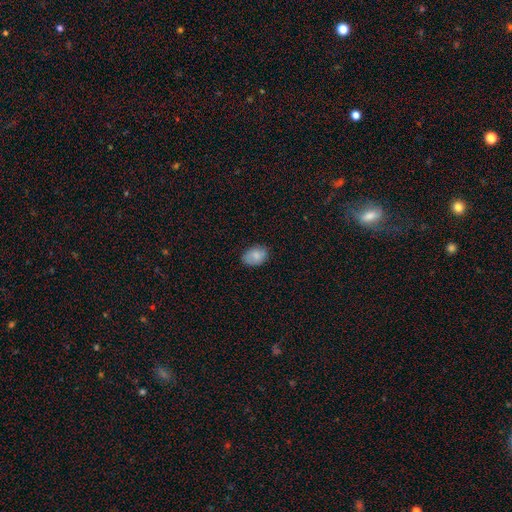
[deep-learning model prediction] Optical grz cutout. It shows a smooth galaxy with no disk features (80%) that is in between round and cigar-shaped (79%). Merging: none (78%).